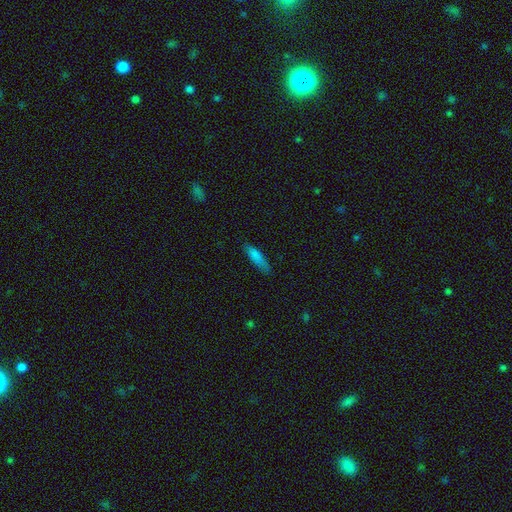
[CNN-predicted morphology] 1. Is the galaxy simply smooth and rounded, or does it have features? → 81% smooth, 11% featured or disk, 8% star or artifact.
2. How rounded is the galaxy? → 65% cigar-shaped, 33% in between, 2% round.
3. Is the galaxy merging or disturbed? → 79% none, 16% minor disturbance, 3% major disturbance, 1% merger.